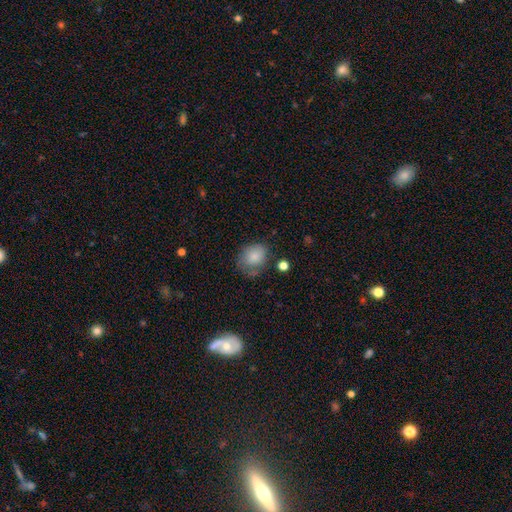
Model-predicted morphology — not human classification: Q: Smooth or featured?
A: smooth (83%); runner-up: featured or disk (9%)
Q: How rounded?
A: round (52%); runner-up: in between (47%)
Q: Merging?
A: none (59%); runner-up: minor disturbance (26%)